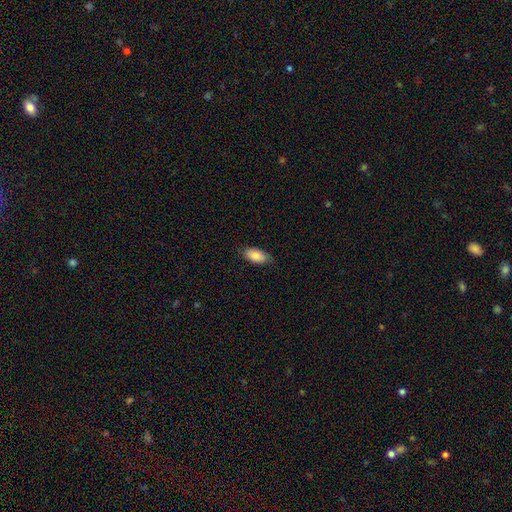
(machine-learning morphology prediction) smooth 86%, featured or disk 8%, star or artifact 6%. Down the decision tree: how rounded — in between (92%); merging — none (80%).